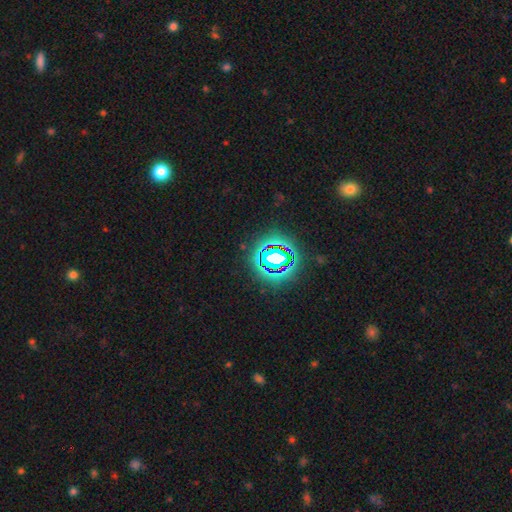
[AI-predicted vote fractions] smooth_or_featured: star or artifact (p=0.82) [alt: smooth p=0.11]